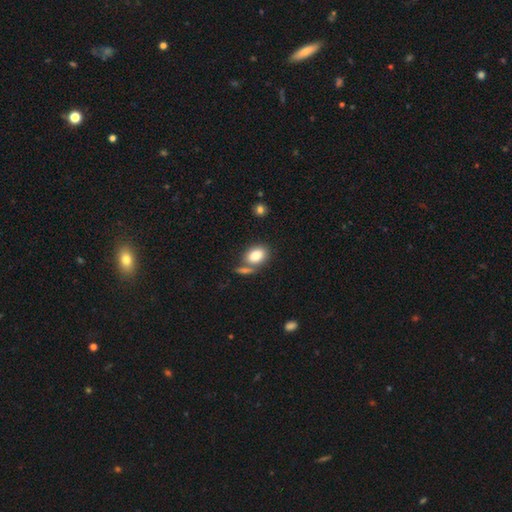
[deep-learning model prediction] This is clearly a smooth galaxy (84%). How rounded: likely in between (78%). Merging: possibly none (55%).